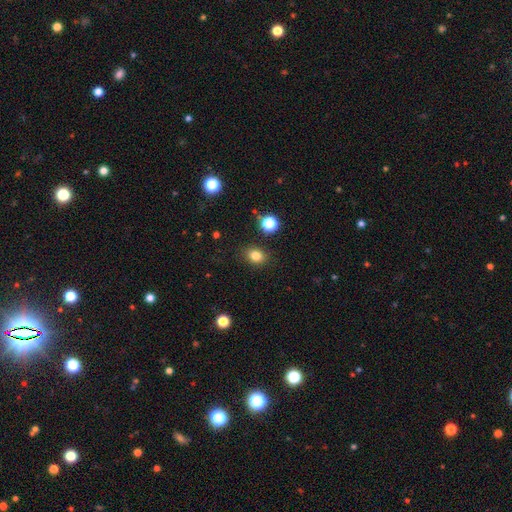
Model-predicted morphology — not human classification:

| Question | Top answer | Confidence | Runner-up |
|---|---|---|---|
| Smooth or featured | smooth | 81% | star or artifact (13%) |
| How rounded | round | 53% | in between (46%) |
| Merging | none | 86% | minor disturbance (9%) |